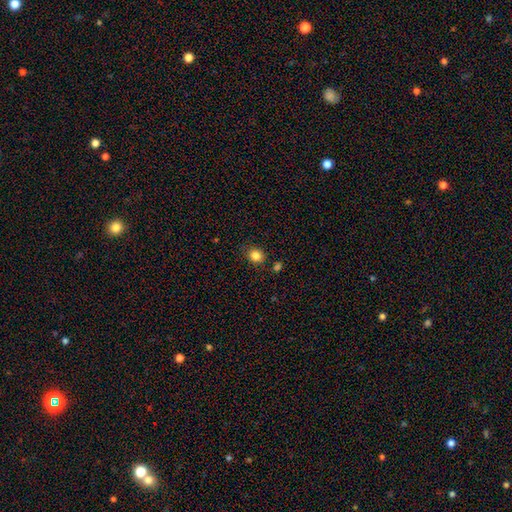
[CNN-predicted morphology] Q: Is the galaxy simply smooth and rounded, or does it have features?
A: smooth — 84%.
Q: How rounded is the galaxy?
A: round — 69%.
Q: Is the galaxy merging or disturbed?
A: none — 81%.